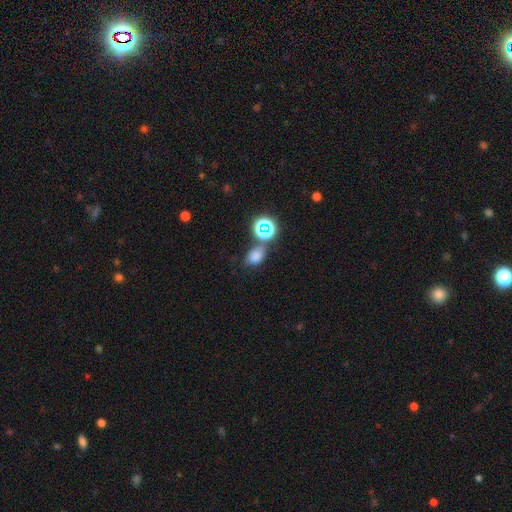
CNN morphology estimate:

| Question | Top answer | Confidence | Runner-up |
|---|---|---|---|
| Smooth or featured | smooth | 69% | star or artifact (22%) |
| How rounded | in between | 71% | round (28%) |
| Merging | none | 60% | minor disturbance (18%) |